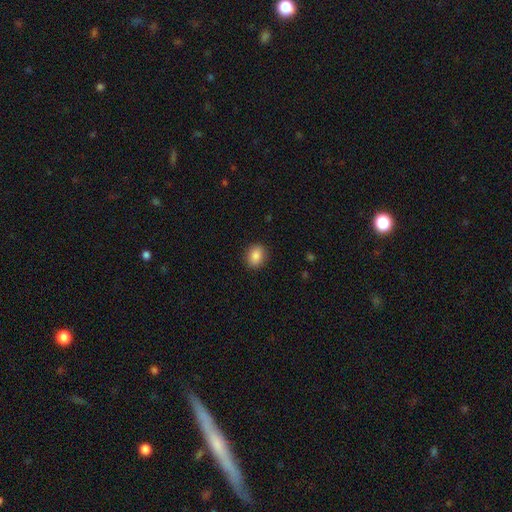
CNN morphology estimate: A smooth galaxy with no disk features (87%) that is in between round and cigar-shaped (50%).

Vote fractions:
- Smooth or featured? smooth: 87% / star or artifact: 8% / featured or disk: 5%
- How rounded? in between: 50% / round: 49% / cigar-shaped: 1%
- Merging? none: 90% / minor disturbance: 7% / major disturbance: 2% / merger: 1%